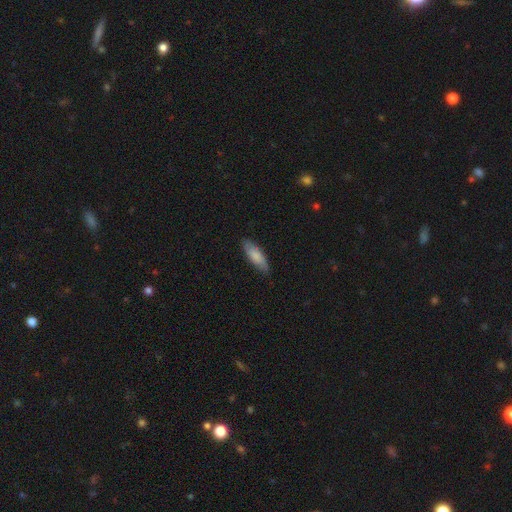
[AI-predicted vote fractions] Morphology: type=smooth (81%); roundness=in between (57%); merging=none (82%).